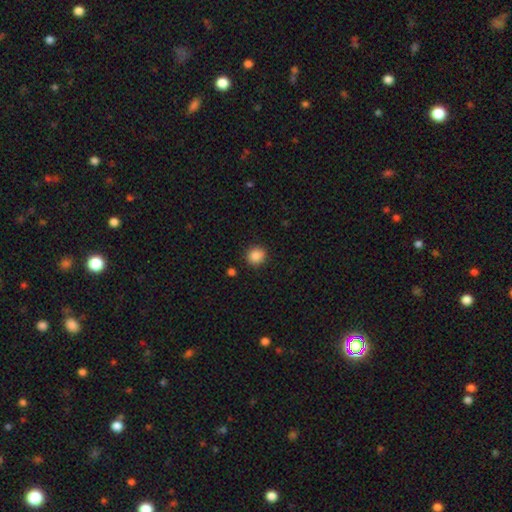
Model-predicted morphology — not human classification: smooth 87%, star or artifact 10%, featured or disk 4%. Down the decision tree: how rounded — round (88%); merging — none (88%).